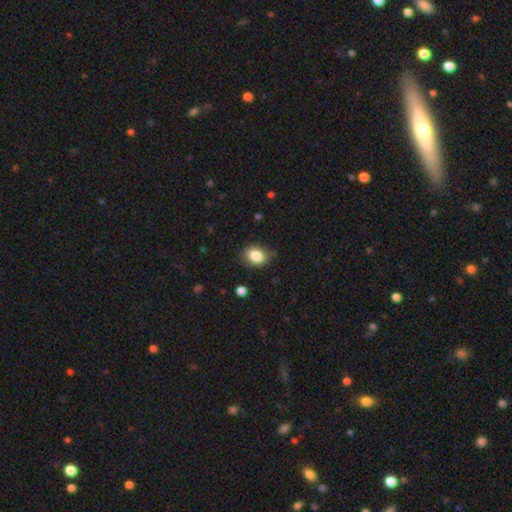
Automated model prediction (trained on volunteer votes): Smooth or featured? smooth (84%)
How rounded? in between (54%)
Merging? none (81%)